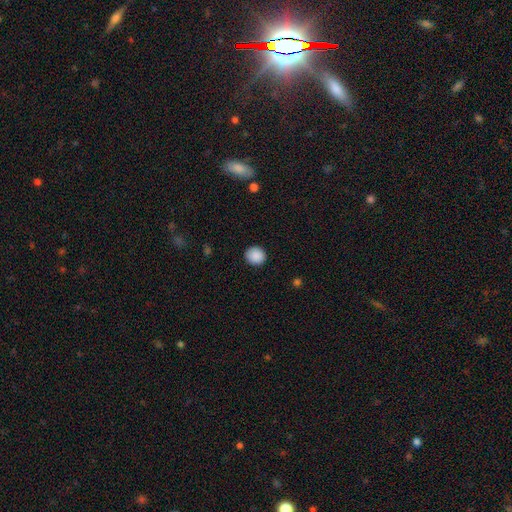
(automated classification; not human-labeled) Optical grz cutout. It shows a smooth galaxy with no disk features (89%) that is round (88%). Merging: none (91%).